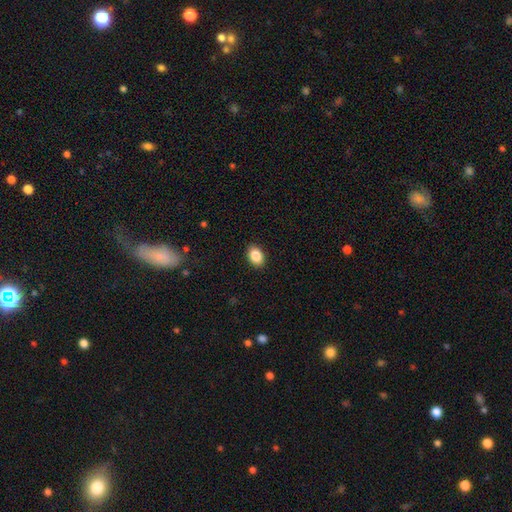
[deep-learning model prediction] Smooth or featured? smooth (87%)
How rounded? in between (82%)
Merging? none (91%)